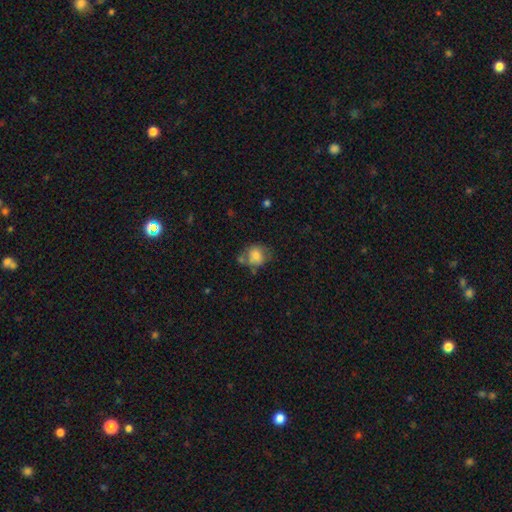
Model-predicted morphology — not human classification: This is likely a smooth galaxy (71%). How rounded: likely round (67%). Merging: possibly none (49%).